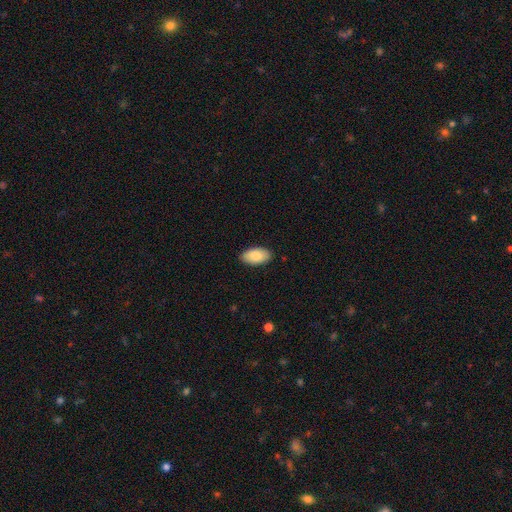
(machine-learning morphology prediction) A smooth galaxy with no disk features (83%) that is in between round and cigar-shaped (95%).

Vote fractions:
- Smooth or featured? smooth: 83% / featured or disk: 11% / star or artifact: 6%
- How rounded? in between: 95% / round: 3% / cigar-shaped: 2%
- Merging? none: 89% / minor disturbance: 9% / major disturbance: 2% / merger: 1%